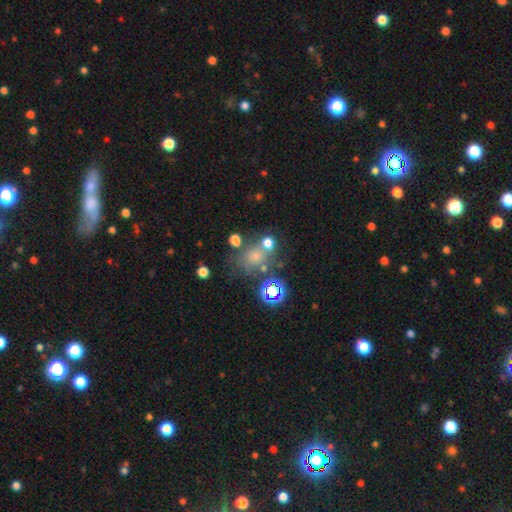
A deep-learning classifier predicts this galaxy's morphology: Overall: smooth (47%; star or artifact 39%). Merging: none (59%; merger 20%).